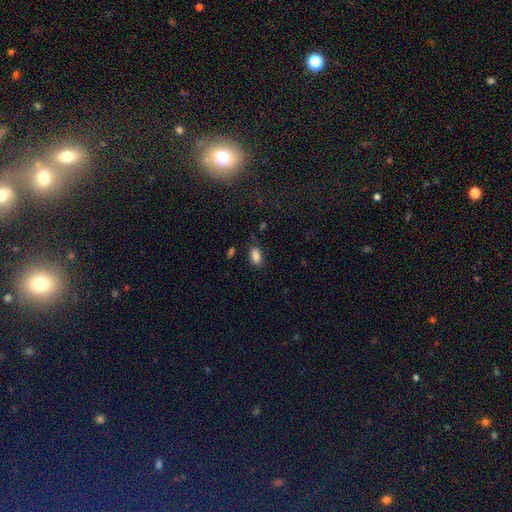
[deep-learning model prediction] smooth_or_featured: smooth (p=0.85) [alt: star or artifact p=0.10]
how_rounded: in between (p=0.90) [alt: cigar-shaped p=0.05]
merging: none (p=0.81) [alt: minor disturbance p=0.13]